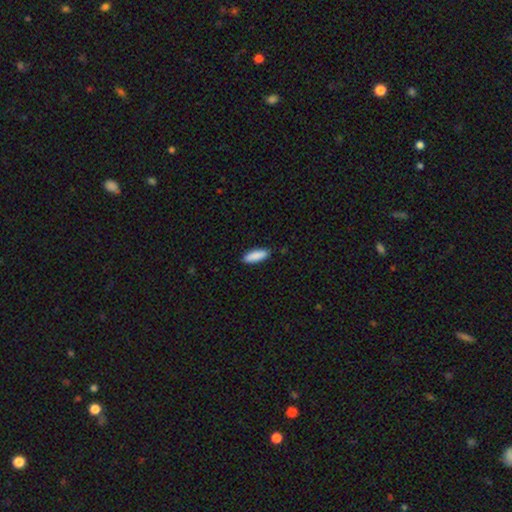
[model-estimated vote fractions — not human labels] Smooth or featured: smooth — 90% (star or artifact — 6%)
How rounded: in between — 57% (cigar-shaped — 42%)
Merging: none — 89% (minor disturbance — 8%)